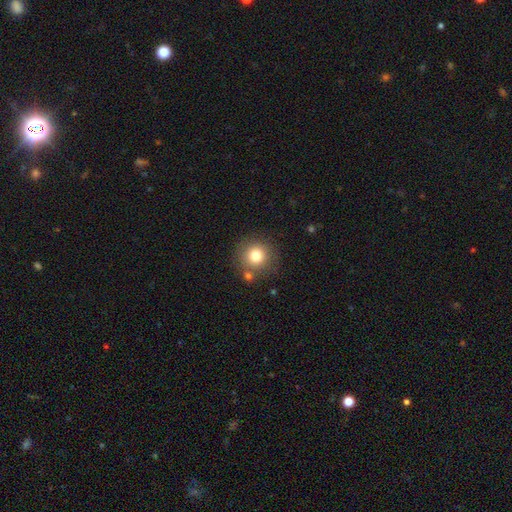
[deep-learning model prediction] Q: Smooth or featured?
A: smooth (79%); runner-up: star or artifact (11%)
Q: How rounded?
A: round (93%); runner-up: in between (6%)
Q: Merging?
A: none (79%); runner-up: minor disturbance (9%)